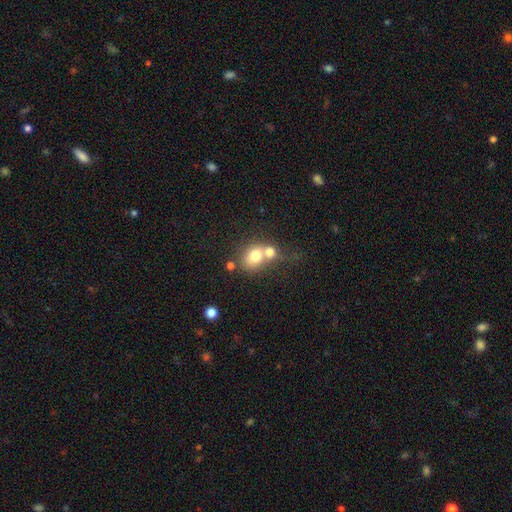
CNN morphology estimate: Smooth or featured: smooth — 72% (featured or disk — 17%)
How rounded: round — 58% (in between — 41%)
Merging: merger — 63% (none — 25%)